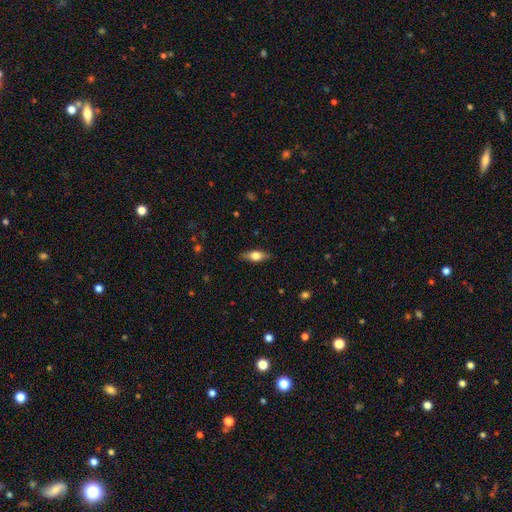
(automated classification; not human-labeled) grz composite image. It shows a smooth galaxy with no disk features (57%) that is in between round and cigar-shaped (69%). Merging: none (84%).